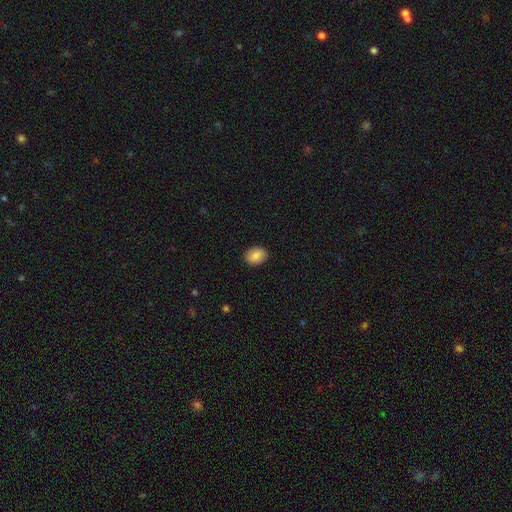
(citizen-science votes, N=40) Overall: smooth (88%). How rounded: in between (57%; round 43%). Merging: none (95%).